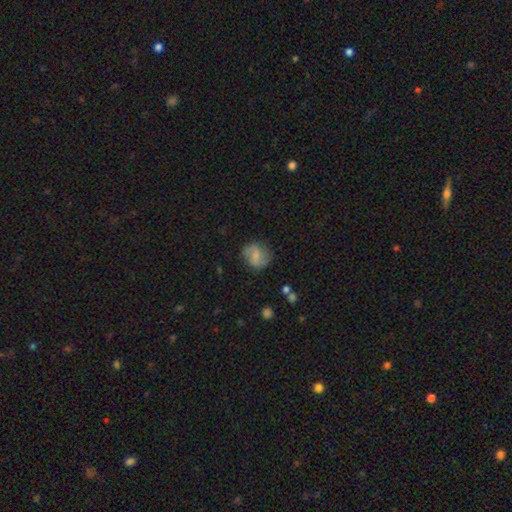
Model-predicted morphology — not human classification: Smooth or featured? smooth (64%)
How rounded? round (75%)
Merging? none (76%)